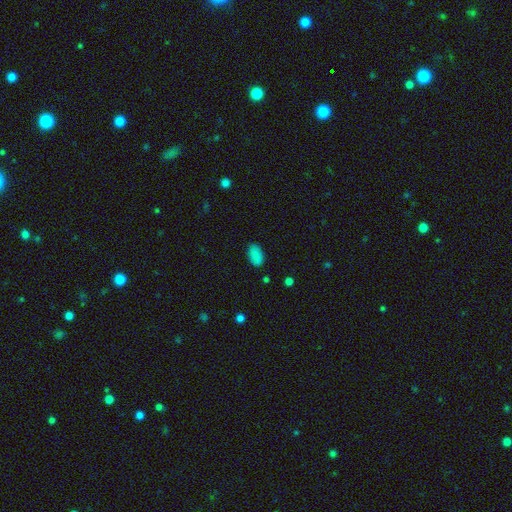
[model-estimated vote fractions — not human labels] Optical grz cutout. It shows a smooth galaxy with no disk features (87%) that is in between round and cigar-shaped (94%). Merging: none (85%).